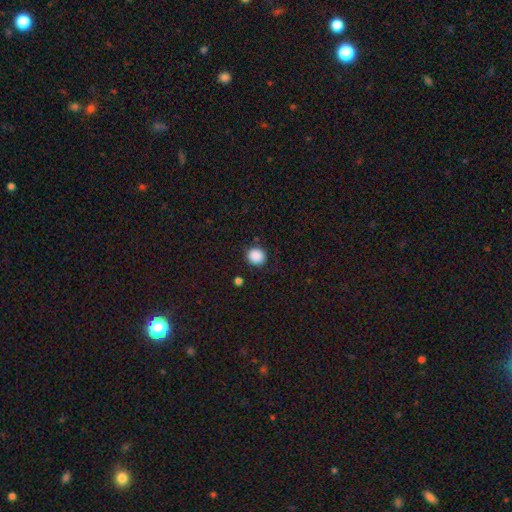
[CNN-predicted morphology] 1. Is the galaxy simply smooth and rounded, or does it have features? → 88% smooth, 9% star or artifact, 3% featured or disk.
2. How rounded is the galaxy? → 88% round, 12% in between, 1% cigar-shaped.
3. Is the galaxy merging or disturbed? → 87% none, 9% minor disturbance, 3% major disturbance, 2% merger.